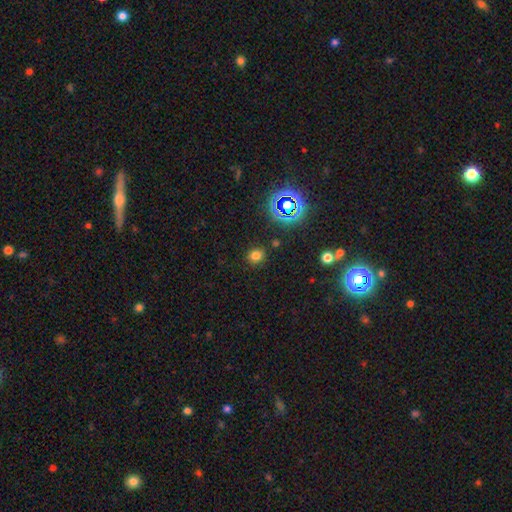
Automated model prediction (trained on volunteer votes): Smooth or featured? Predicted: smooth (p=0.72). How rounded? Predicted: round (p=0.72). Merging? Predicted: none (p=0.84).